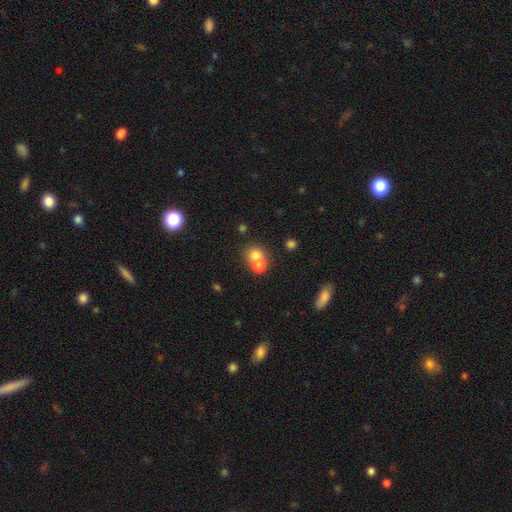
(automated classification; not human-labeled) Morphology: type=smooth (72%); roundness=round (77%); merging=merger (60%).